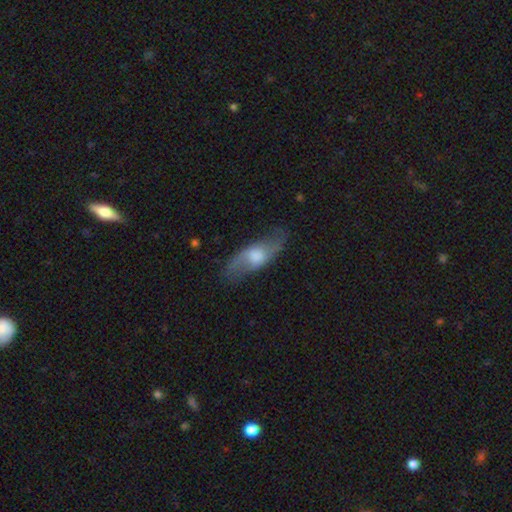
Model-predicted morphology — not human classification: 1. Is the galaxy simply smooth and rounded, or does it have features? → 59% featured or disk, 34% smooth, 6% star or artifact.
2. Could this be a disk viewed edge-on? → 67% no, 33% yes.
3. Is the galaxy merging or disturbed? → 77% none, 16% minor disturbance, 5% major disturbance, 1% merger.